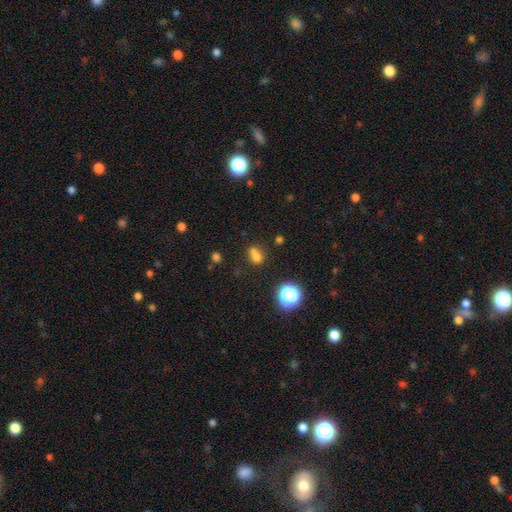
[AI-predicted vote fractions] Overall: smooth (68%). How rounded: round (65%; in between 34%). Merging: merger (44%; none 39%).